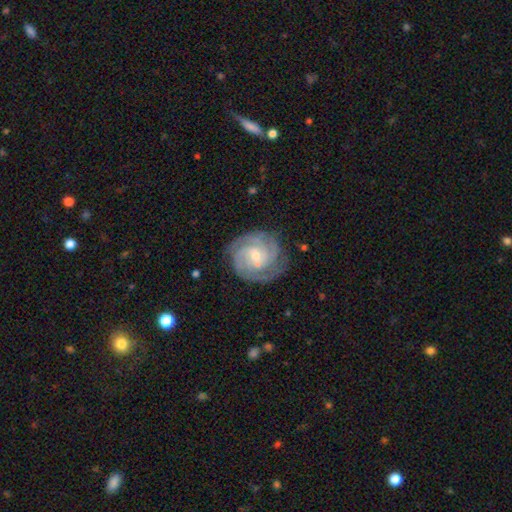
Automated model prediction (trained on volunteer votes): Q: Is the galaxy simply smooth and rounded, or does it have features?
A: featured or disk — 88%.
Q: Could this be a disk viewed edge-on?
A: no — 98%.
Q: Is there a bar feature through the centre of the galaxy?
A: no — 46%.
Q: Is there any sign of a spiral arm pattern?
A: yes — 97%.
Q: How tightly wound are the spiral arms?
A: tight — 69%.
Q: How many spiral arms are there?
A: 3 — 35%.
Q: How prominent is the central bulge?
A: small — 62%.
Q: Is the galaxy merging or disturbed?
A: none — 77%.